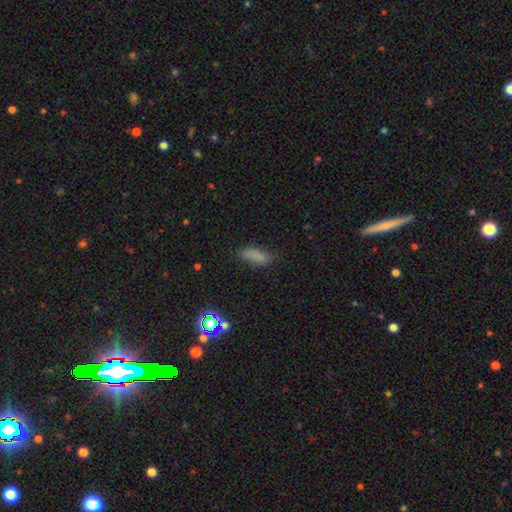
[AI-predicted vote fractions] A smooth galaxy with no disk features (81%) that is in between round and cigar-shaped (70%). Merging: none (74%).